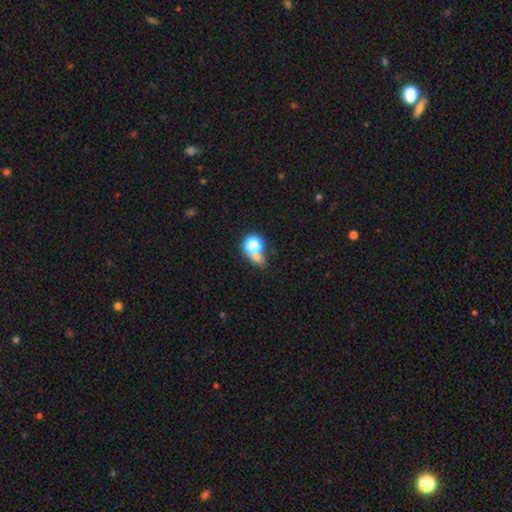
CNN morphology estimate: smooth-or-featured: smooth: 56% | star or artifact: 33% | featured or disk: 11%
  how-rounded: round: 68% | in between: 30% | cigar-shaped: 2%
  merging: none: 49% | merger: 29% | minor disturbance: 12% | major disturbance: 10%